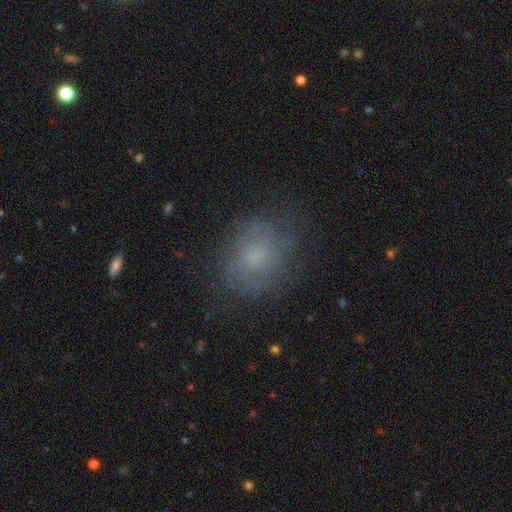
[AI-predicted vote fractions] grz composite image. It shows a smooth galaxy with no disk features (45%). Merging: none (70%).